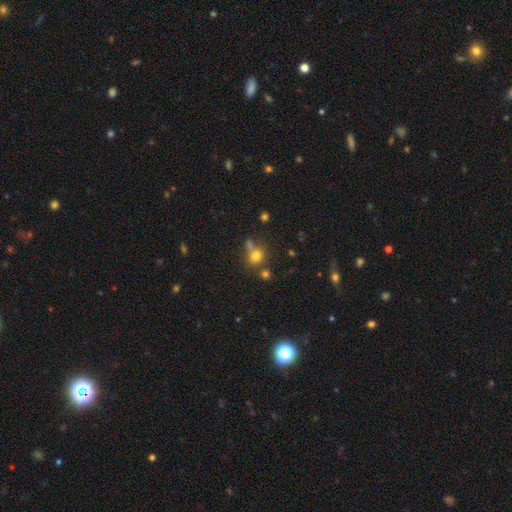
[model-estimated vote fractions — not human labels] smooth-or-featured: smooth: 76% | star or artifact: 15% | featured or disk: 9%
  how-rounded: round: 77% | in between: 22% | cigar-shaped: 1%
  merging: none: 56% | merger: 26% | minor disturbance: 12% | major disturbance: 5%